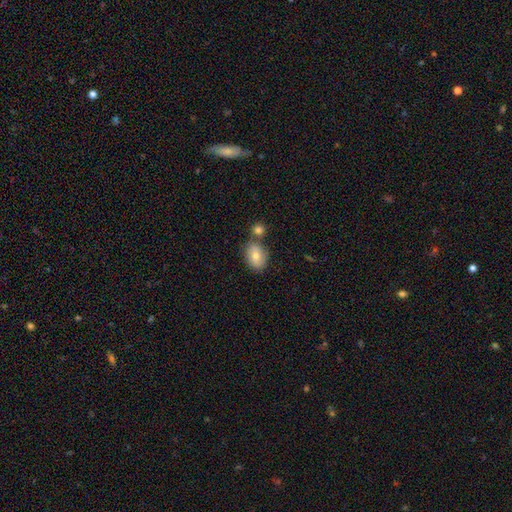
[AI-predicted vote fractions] Overall: smooth (75%). How rounded: in between (67%; round 31%). Merging: none (62%; merger 22%).